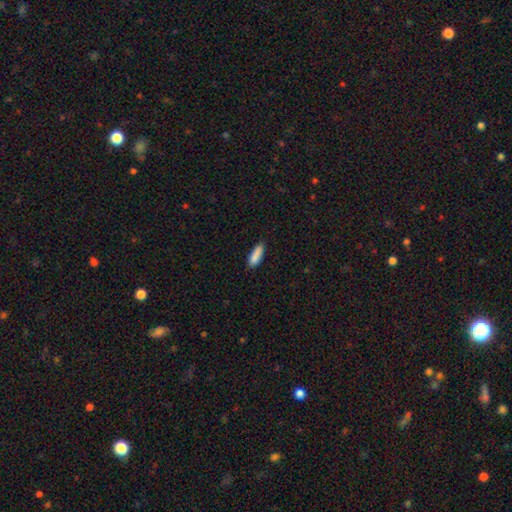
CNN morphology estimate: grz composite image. It shows a smooth galaxy with no disk features (88%) that is in between round and cigar-shaped (50%). Merging: none (80%).